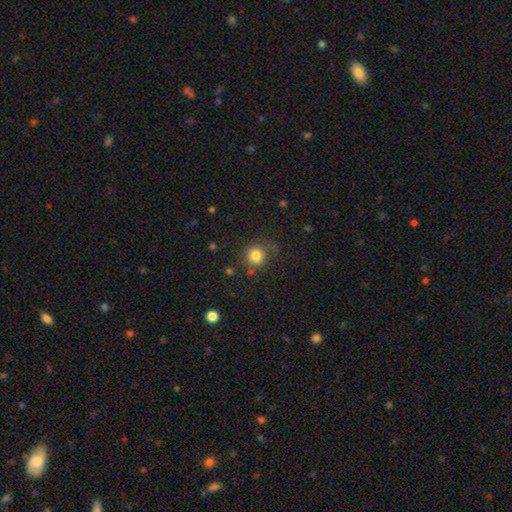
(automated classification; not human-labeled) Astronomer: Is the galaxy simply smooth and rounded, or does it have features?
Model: smooth — 82%.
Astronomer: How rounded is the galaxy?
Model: round — 87%.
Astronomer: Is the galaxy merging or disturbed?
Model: none — 74%.